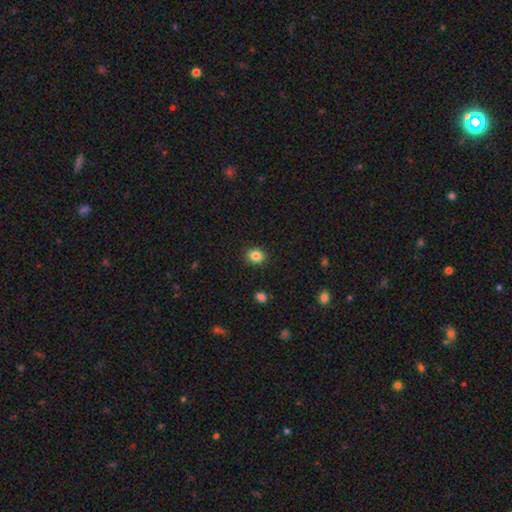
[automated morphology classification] Overall: smooth (84%). How rounded: round (60%; in between 39%). Merging: none (89%).